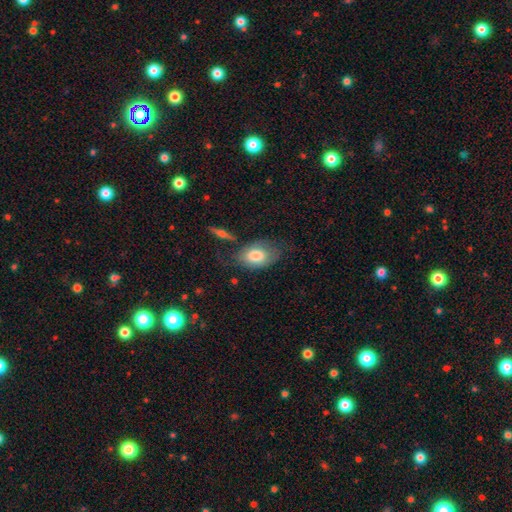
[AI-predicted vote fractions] Smooth or featured?
  - smooth: 76% *
  - featured or disk: 18%
  - star or artifact: 7%
How rounded?
  - in between: 87% *
  - round: 11%
  - cigar-shaped: 2%
Merging?
  - none: 55% *
  - minor disturbance: 26%
  - major disturbance: 13%
  - merger: 6%